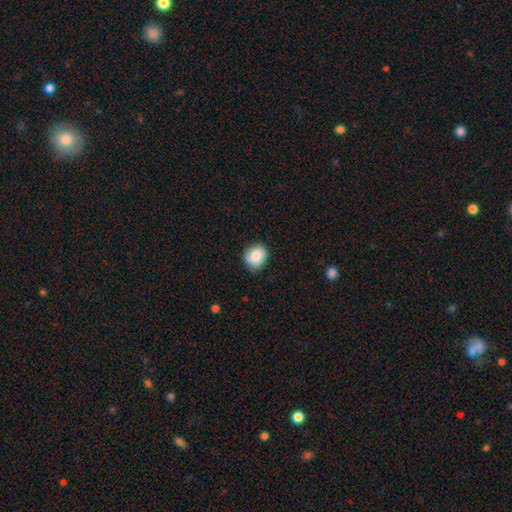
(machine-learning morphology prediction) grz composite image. It shows a smooth galaxy with no disk features (83%) that is round (64%). Merging: none (79%).